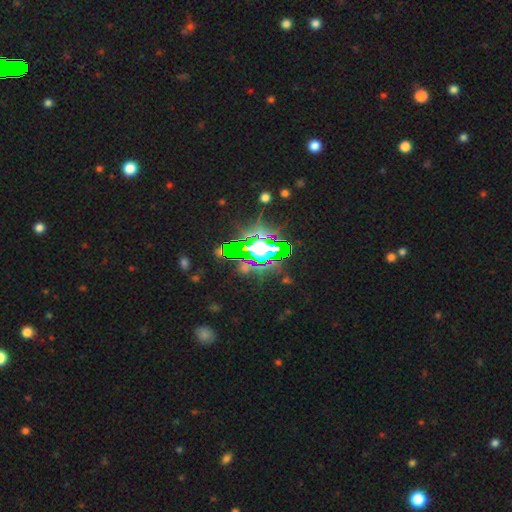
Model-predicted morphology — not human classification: Smooth or featured: star or artifact — 83% (smooth — 9%)